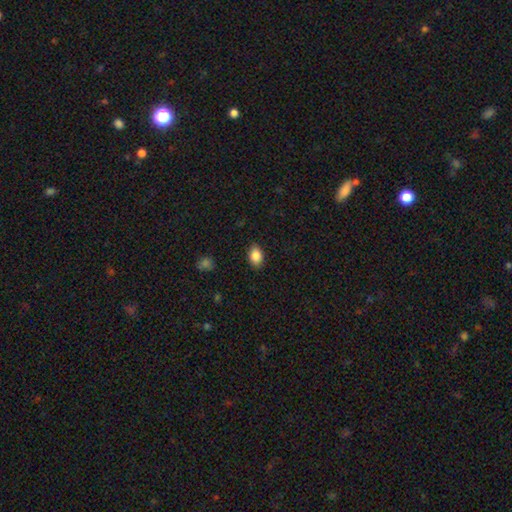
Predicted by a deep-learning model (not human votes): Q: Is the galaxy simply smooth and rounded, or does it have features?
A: smooth — 86%.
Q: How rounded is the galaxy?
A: in between — 83%.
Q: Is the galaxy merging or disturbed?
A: none — 87%.